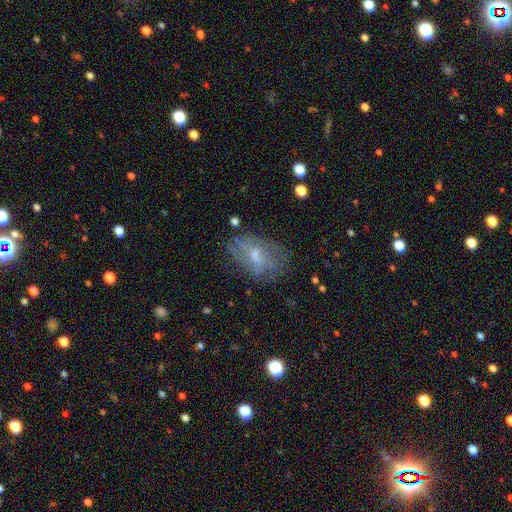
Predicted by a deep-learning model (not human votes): Smooth or featured?
  - featured or disk: 51% *
  - smooth: 39%
  - star or artifact: 10%
Edge-on disk?
  - no: 94% *
  - yes: 6%
Merging?
  - none: 57% *
  - minor disturbance: 25%
  - major disturbance: 15%
  - merger: 3%